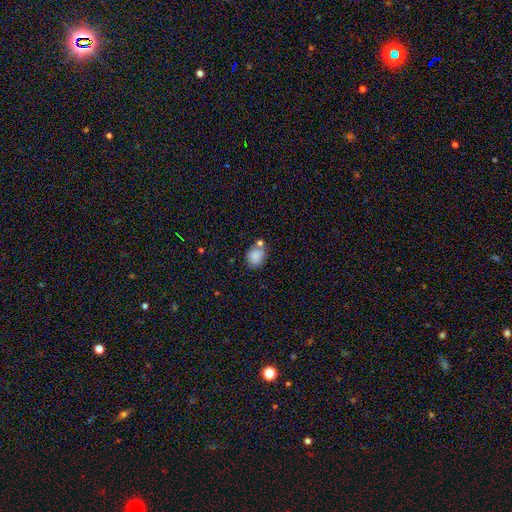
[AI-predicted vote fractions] The model was most divided on "how rounded": round: 56%, in between: 43%, cigar-shaped: 1%. More confident: smooth or featured — smooth (86%); merging — none (62%).